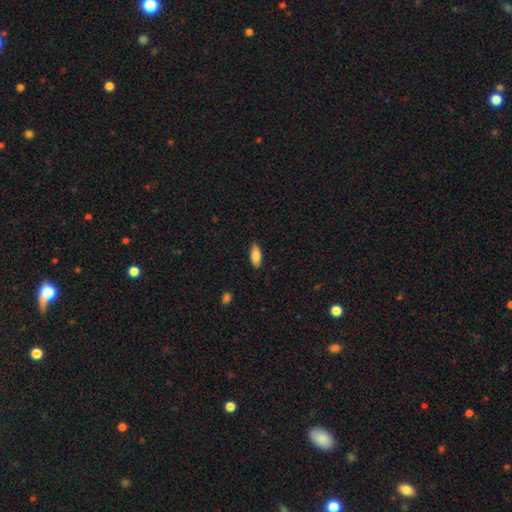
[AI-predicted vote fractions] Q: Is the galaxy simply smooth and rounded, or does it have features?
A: smooth — 83%.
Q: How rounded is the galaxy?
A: in between — 84%.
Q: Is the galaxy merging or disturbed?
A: none — 84%.